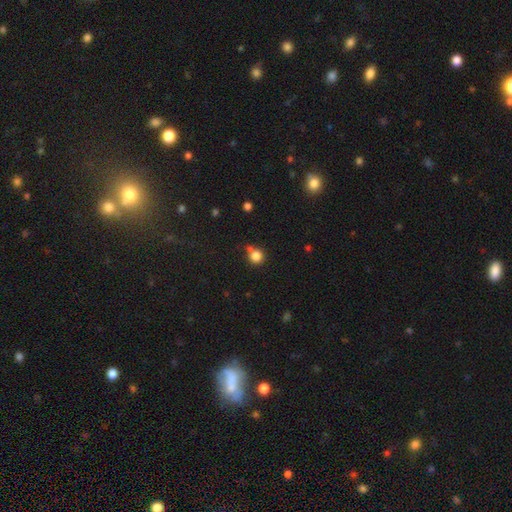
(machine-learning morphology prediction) The model was most divided on "merging": none: 61%, merger: 18%, minor disturbance: 16%, major disturbance: 5%. More confident: how rounded — round (90%); smooth or featured — smooth (82%).